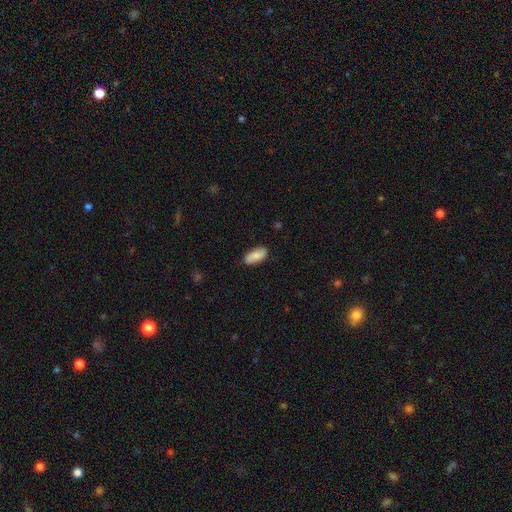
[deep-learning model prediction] Overall: smooth (76%). How rounded: in between (90%). Merging: none (82%).